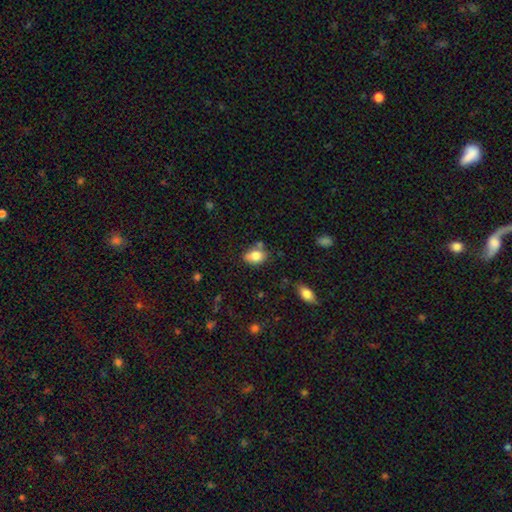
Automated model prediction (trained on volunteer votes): Morphology: type=smooth (82%); roundness=in between (77%); merging=none (62%).